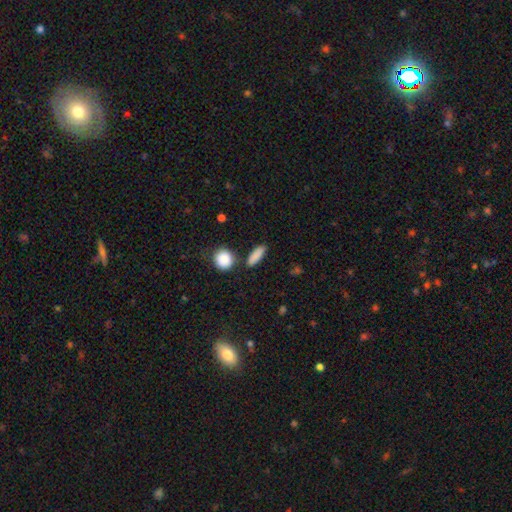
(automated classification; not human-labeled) This is clearly a smooth galaxy (86%). How rounded: possibly in between (50%). Merging: clearly none (81%).